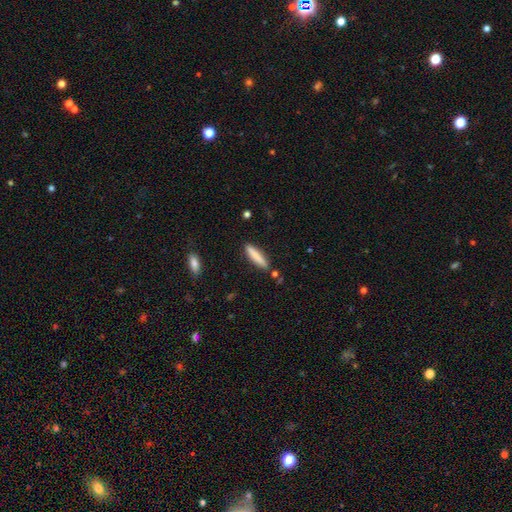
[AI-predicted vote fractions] This appears to be a smooth galaxy with no disk features (81%) that is cigar-shaped (85%). Merging: none (86%).